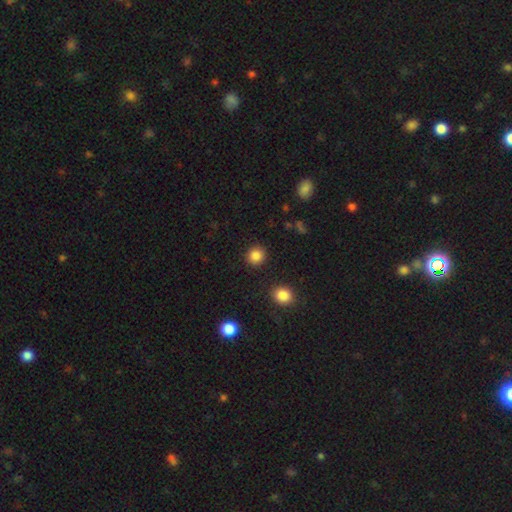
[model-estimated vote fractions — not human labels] This appears to be a smooth galaxy with no disk features (86%) that is round (91%). Merging: none (90%).